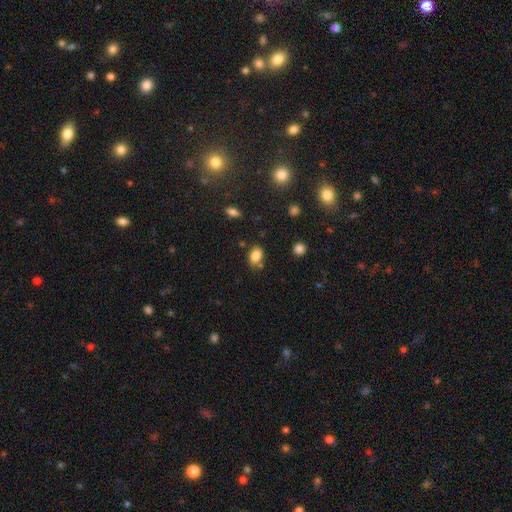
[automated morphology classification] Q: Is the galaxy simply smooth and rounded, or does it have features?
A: smooth — 84%.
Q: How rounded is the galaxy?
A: in between — 78%.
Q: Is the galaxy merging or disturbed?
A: none — 68%.